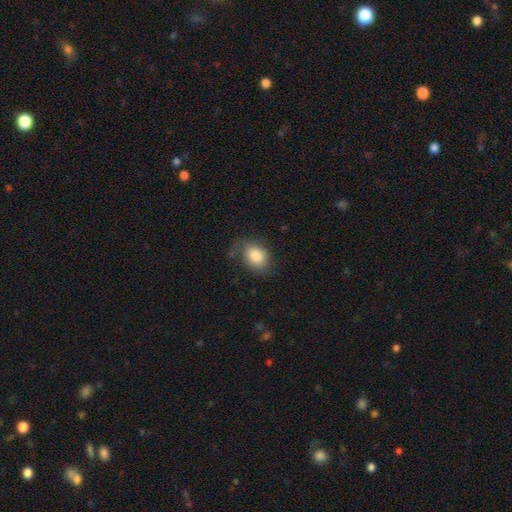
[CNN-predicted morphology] A smooth galaxy with no disk features (83%) that is in between round and cigar-shaped (63%). Merging: none (64%).